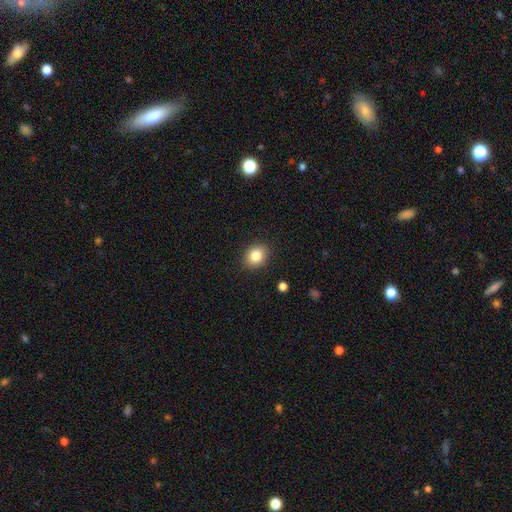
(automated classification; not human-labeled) Overall: smooth (83%). How rounded: round (62%; in between 38%). Merging: none (89%).